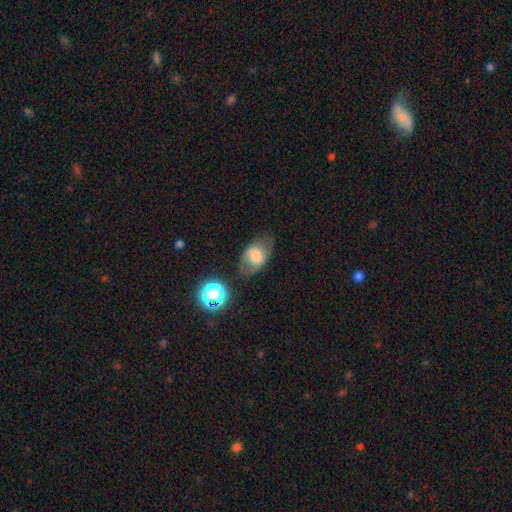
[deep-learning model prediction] Smooth or featured: smooth — 60% (featured or disk — 30%)
How rounded: in between — 77% (round — 22%)
Merging: none — 54% (minor disturbance — 27%)